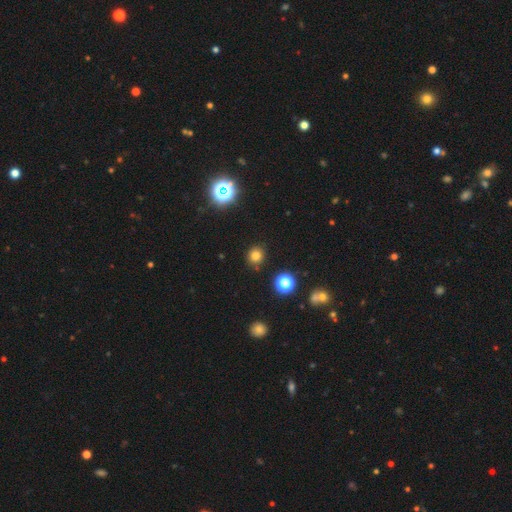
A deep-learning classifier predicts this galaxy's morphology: Overall: smooth (75%). How rounded: round (90%). Merging: none (88%).